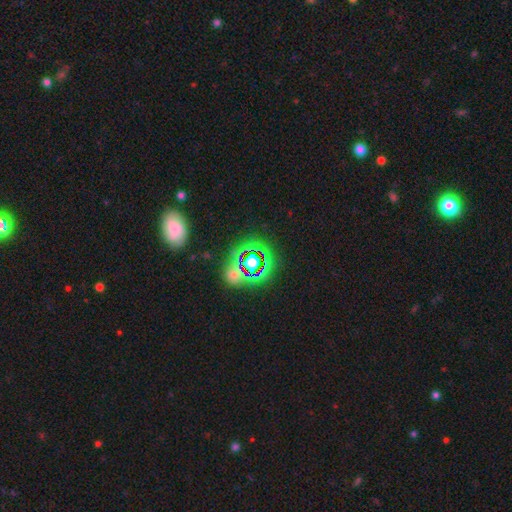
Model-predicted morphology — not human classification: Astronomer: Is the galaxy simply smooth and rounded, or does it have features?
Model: star or artifact — 65%.